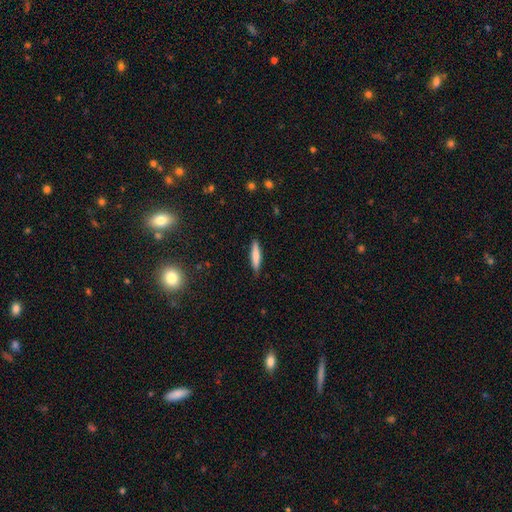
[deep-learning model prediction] Overall: smooth (73%). How rounded: cigar-shaped (83%). Merging: none (87%).